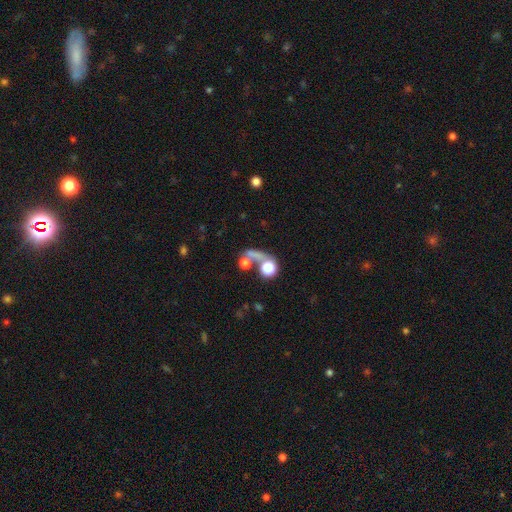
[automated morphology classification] This is likely a smooth galaxy (61%). How rounded: possibly round (60%). Merging: marginally merger (38%).